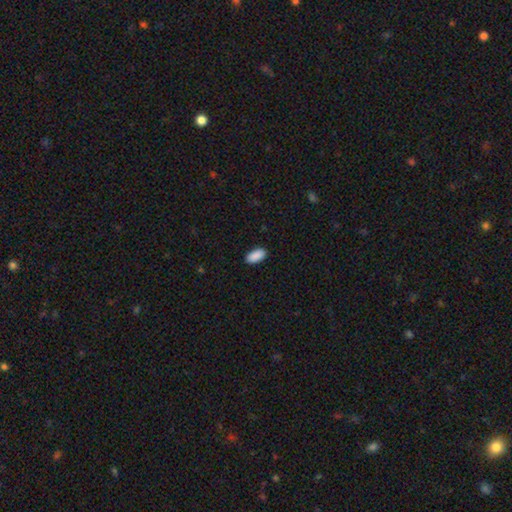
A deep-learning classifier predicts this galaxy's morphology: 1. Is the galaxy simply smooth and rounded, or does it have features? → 91% smooth, 6% star or artifact, 3% featured or disk.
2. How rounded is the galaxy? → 93% in between, 5% cigar-shaped, 2% round.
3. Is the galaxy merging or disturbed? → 90% none, 8% minor disturbance, 2% major disturbance, 1% merger.